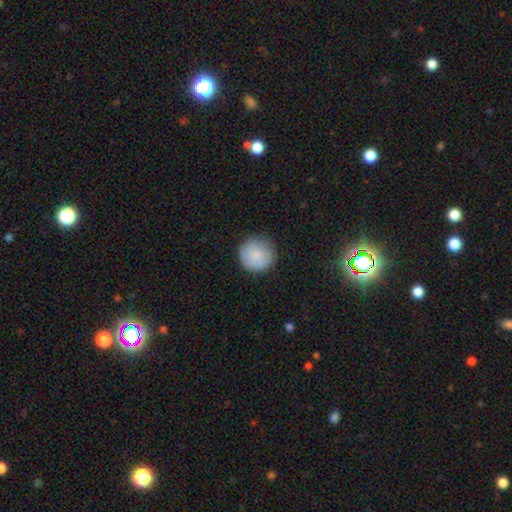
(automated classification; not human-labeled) Smooth or featured? Predicted: smooth (p=0.82). How rounded? Predicted: round (p=0.95). Merging? Predicted: none (p=0.83).